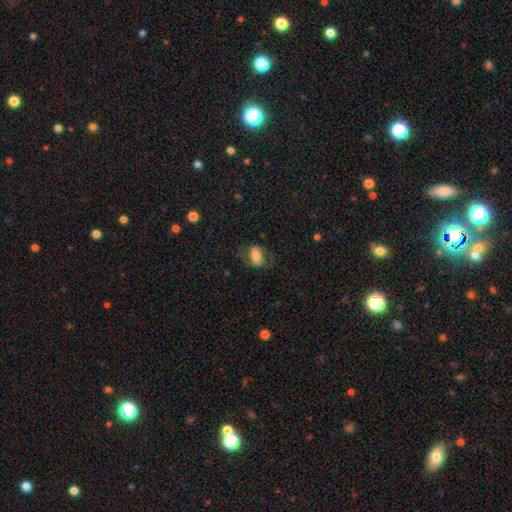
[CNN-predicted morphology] smooth_or_featured: smooth (p=0.62) [alt: featured or disk p=0.30]
how_rounded: in between (p=0.83) [alt: round p=0.14]
merging: none (p=0.64) [alt: minor disturbance p=0.19]